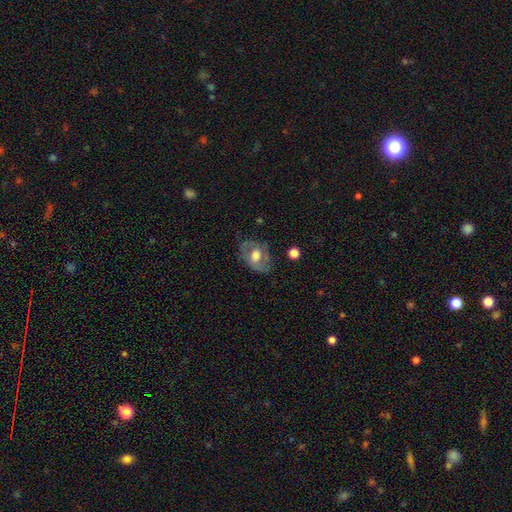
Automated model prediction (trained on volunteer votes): A featured or disk galaxy (54%) with no bar (63%), no spiral arms (56%) and a moderate central bulge (46%). Merging: none (61%).